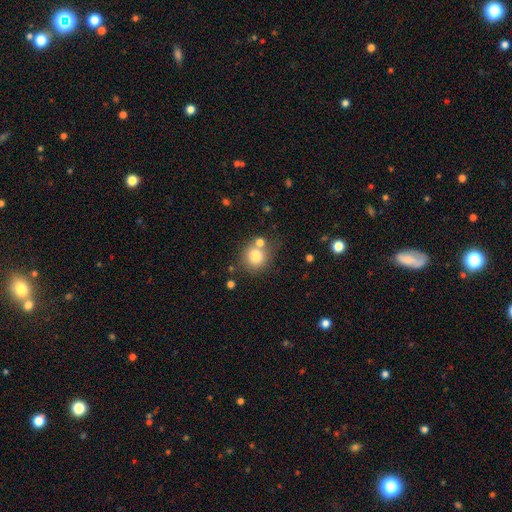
Overall: smooth (87%). How rounded: round (88%). Merging: none (47%; minor disturbance 28%).